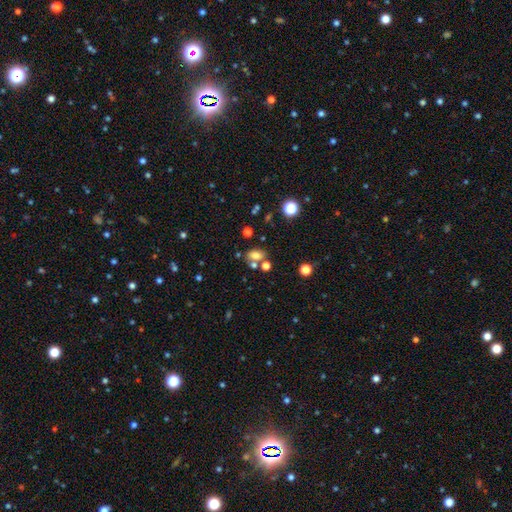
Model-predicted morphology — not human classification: smooth_or_featured: smooth (p=0.71) [alt: star or artifact p=0.17]
how_rounded: in between (p=0.78) [alt: round p=0.20]
merging: none (p=0.57) [alt: merger p=0.23]